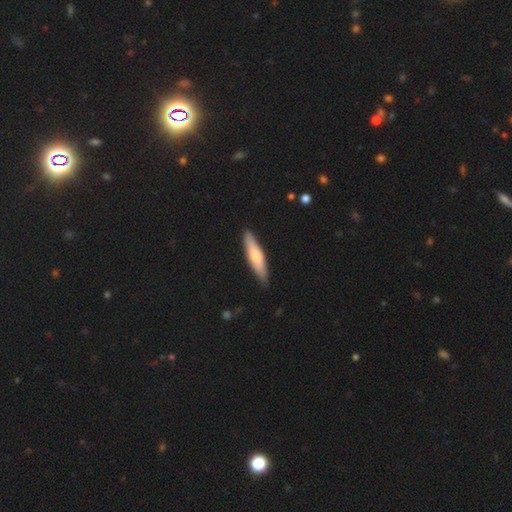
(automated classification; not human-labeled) Smooth or featured? smooth (60%)
How rounded? cigar-shaped (79%)
Merging? none (88%)